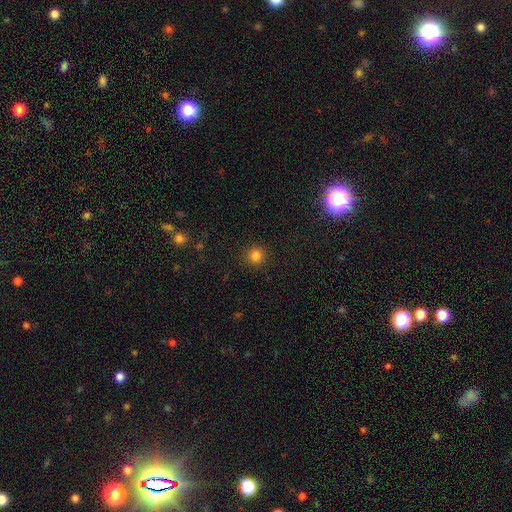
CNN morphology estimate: smooth_or_featured: smooth (p=0.82) [alt: star or artifact p=0.14]
how_rounded: round (p=0.93) [alt: in between p=0.06]
merging: none (p=0.91) [alt: minor disturbance p=0.06]